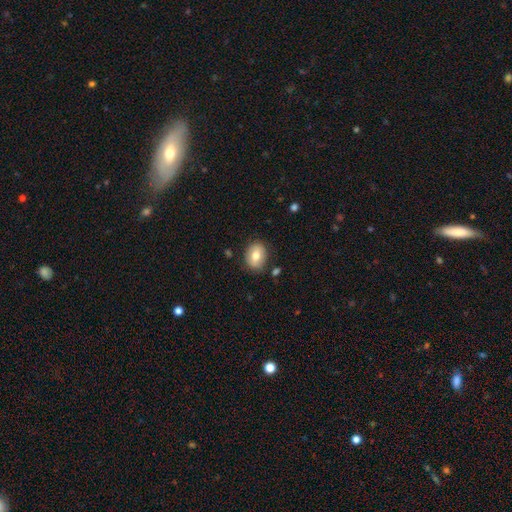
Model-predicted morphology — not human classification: Q: Smooth or featured?
A: smooth (75%); runner-up: featured or disk (17%)
Q: How rounded?
A: in between (64%); runner-up: round (35%)
Q: Merging?
A: none (84%); runner-up: minor disturbance (11%)